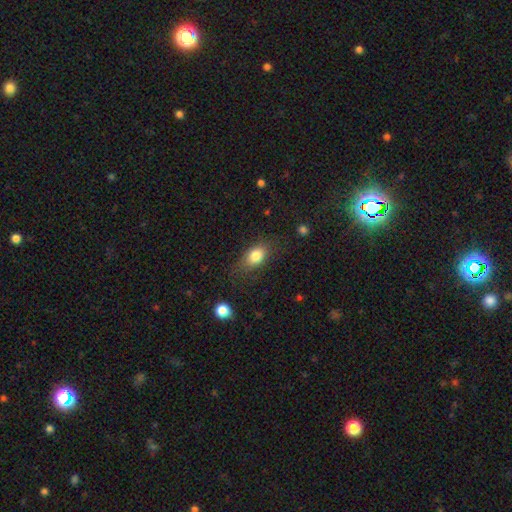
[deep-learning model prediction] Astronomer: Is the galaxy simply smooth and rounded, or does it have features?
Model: smooth — 81%.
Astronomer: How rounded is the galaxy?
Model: in between — 81%.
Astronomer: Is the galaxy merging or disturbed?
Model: none — 71%.